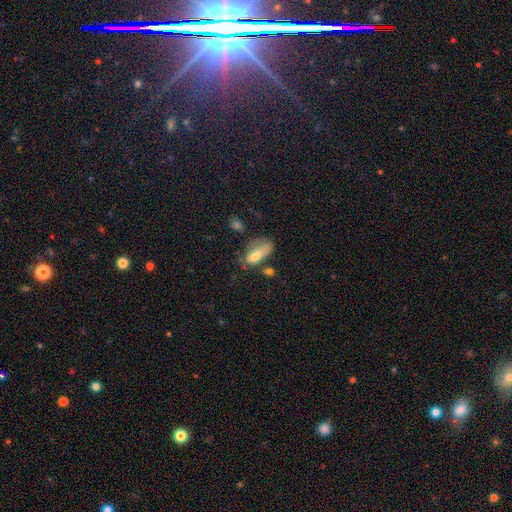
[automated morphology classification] A smooth galaxy with no disk features (70%) that is in between round and cigar-shaped (86%).

Vote fractions:
- Smooth or featured? smooth: 70% / featured or disk: 20% / star or artifact: 10%
- How rounded? in between: 86% / cigar-shaped: 9% / round: 5%
- Merging? major disturbance: 28% / none: 27% / minor disturbance: 26% / merger: 19%